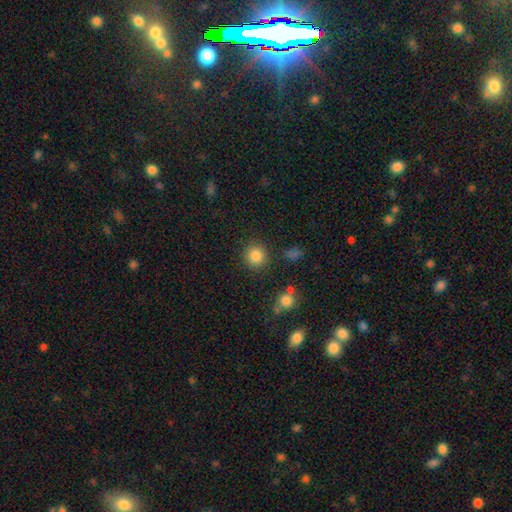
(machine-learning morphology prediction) This appears to be a smooth galaxy with no disk features (85%) that is round (90%). Merging: none (86%).